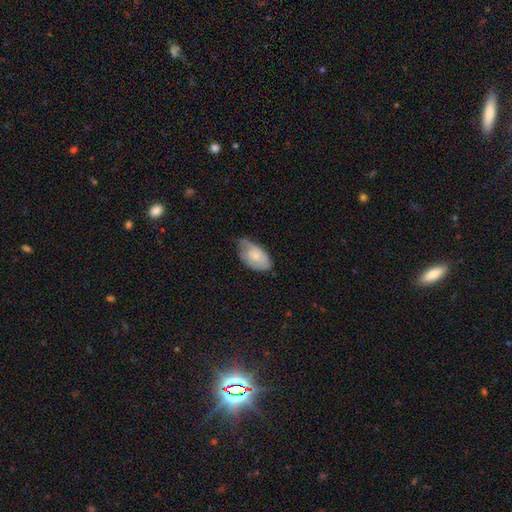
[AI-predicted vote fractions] The model was most divided on "merging": minor disturbance: 46%, none: 38%, major disturbance: 15%, merger: 2%. More confident: how rounded — in between (93%); smooth or featured — smooth (61%).